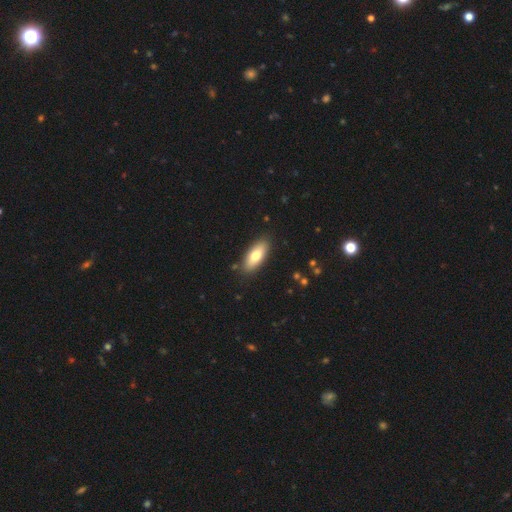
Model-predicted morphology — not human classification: This is likely a smooth galaxy (74%). How rounded: clearly in between (80%). Merging: clearly none (87%).